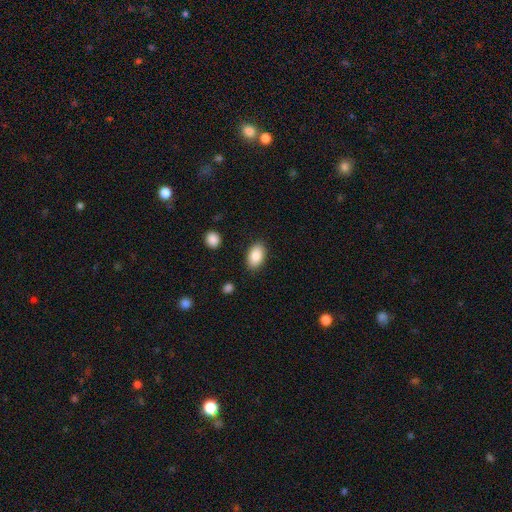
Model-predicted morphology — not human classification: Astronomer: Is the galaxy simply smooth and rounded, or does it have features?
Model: smooth — 87%.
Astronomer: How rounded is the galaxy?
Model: in between — 92%.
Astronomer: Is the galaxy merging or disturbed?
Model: none — 87%.